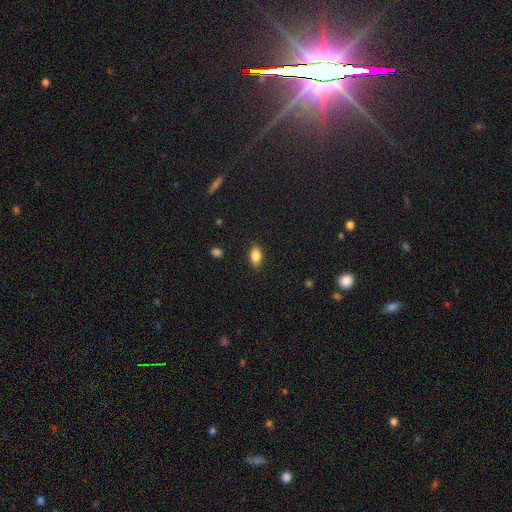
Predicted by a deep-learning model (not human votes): Q: Smooth or featured?
A: smooth (86%); runner-up: star or artifact (8%)
Q: How rounded?
A: in between (89%); runner-up: round (8%)
Q: Merging?
A: none (87%); runner-up: minor disturbance (9%)